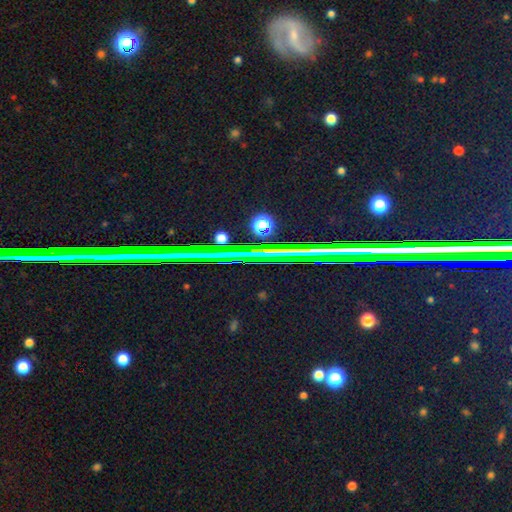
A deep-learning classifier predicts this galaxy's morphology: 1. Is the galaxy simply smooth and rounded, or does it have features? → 72% star or artifact, 15% smooth, 12% featured or disk.